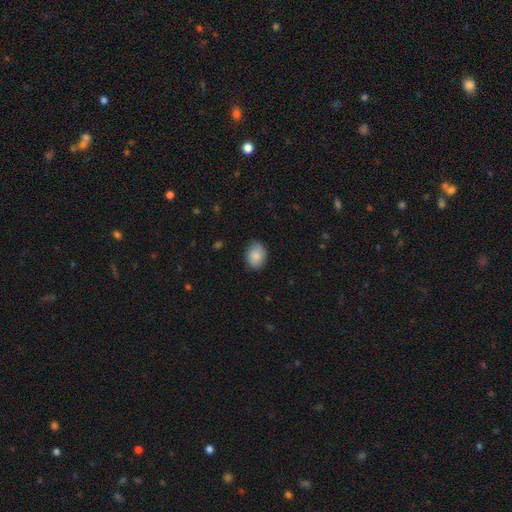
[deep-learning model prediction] smooth-or-featured: smooth: 85% | featured or disk: 8% | star or artifact: 7%
  how-rounded: in between: 65% | round: 34% | cigar-shaped: 1%
  merging: none: 76% | minor disturbance: 20% | major disturbance: 4% | merger: 1%